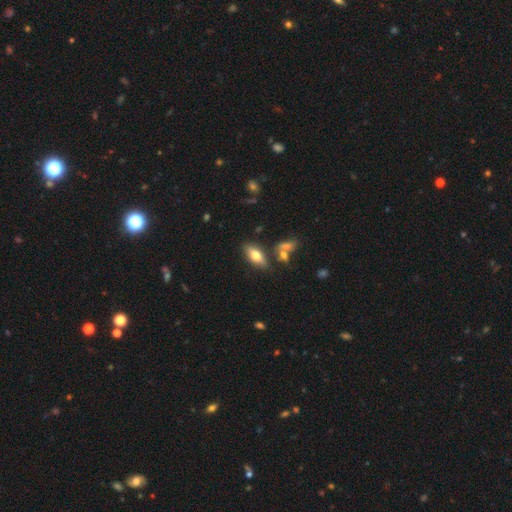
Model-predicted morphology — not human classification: Smooth or featured: smooth — 65% (featured or disk — 27%)
How rounded: in between — 80% (cigar-shaped — 16%)
Merging: none — 76% (minor disturbance — 12%)